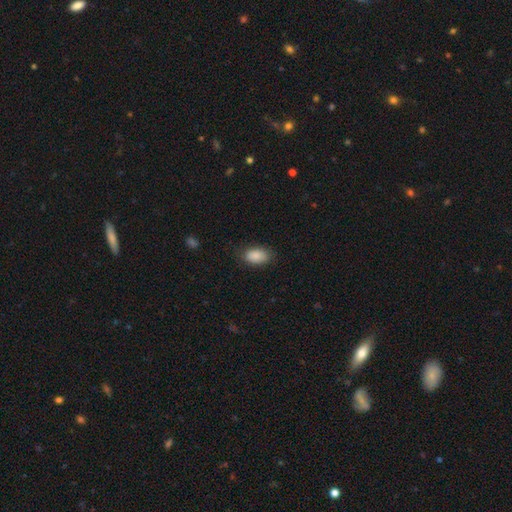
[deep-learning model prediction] The model was most divided on "merging": none: 78%, minor disturbance: 16%, major disturbance: 4%, merger: 1%. More confident: how rounded — in between (91%); smooth or featured — smooth (87%).